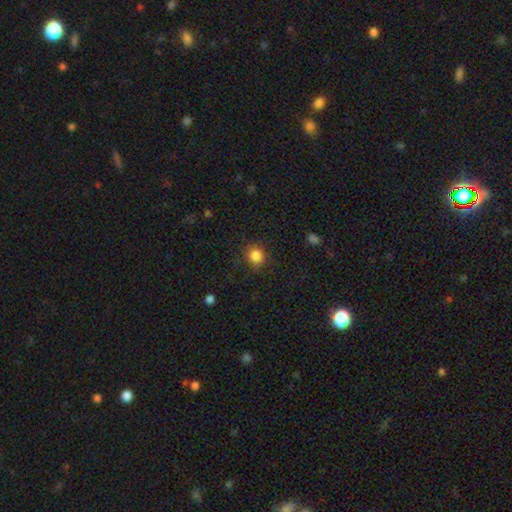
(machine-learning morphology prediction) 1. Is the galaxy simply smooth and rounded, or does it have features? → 85% smooth, 11% star or artifact, 4% featured or disk.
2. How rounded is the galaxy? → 85% round, 14% in between, 1% cigar-shaped.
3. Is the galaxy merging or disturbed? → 85% none, 10% minor disturbance, 3% major disturbance, 1% merger.